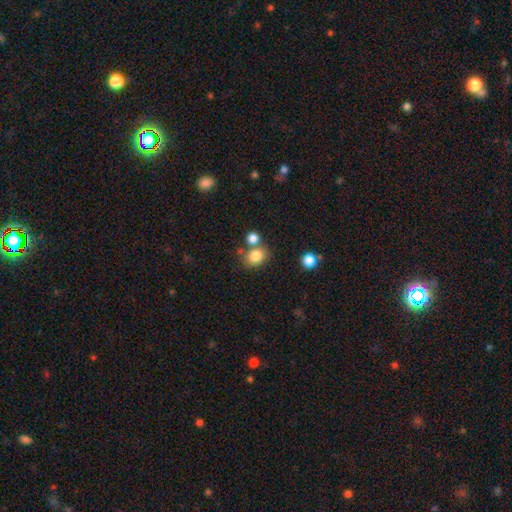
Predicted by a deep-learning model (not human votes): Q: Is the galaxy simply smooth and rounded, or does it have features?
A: smooth — 82%.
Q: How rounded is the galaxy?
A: round — 62%.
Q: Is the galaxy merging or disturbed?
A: none — 61%.